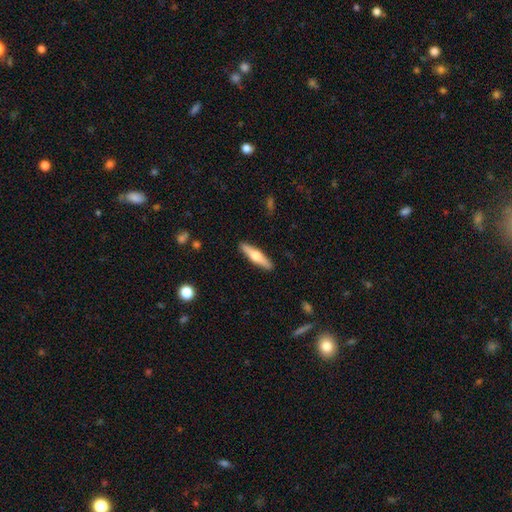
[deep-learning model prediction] Smooth or featured: featured or disk — 51% (smooth — 44%)
Edge-on disk: yes — 94% (no — 6%)
Merging: none — 91% (minor disturbance — 6%)